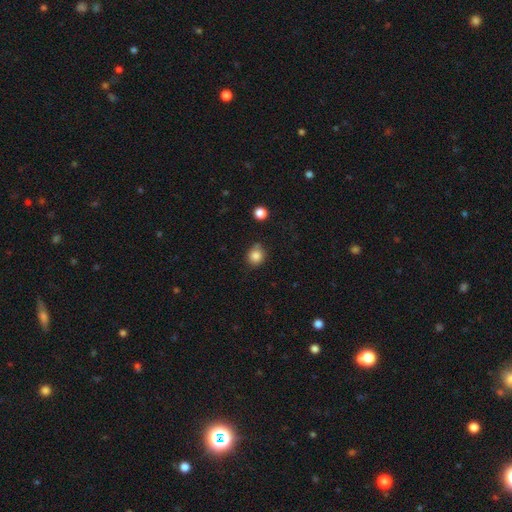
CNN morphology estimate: This appears to be a smooth galaxy with no disk features (84%) that is round (81%). Merging: none (75%).